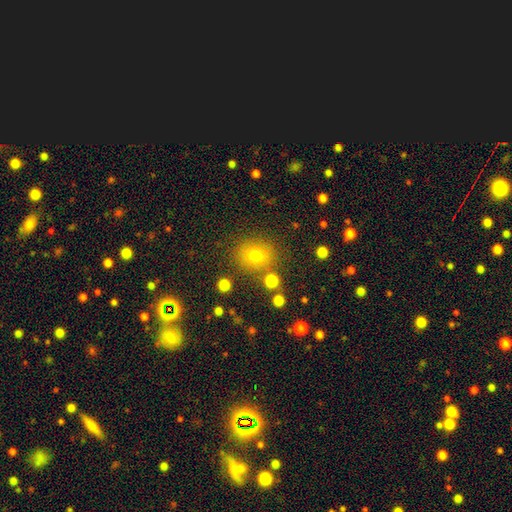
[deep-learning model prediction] Smooth or featured: smooth — 75% (star or artifact — 15%)
How rounded: round — 75% (in between — 24%)
Merging: none — 78% (minor disturbance — 11%)